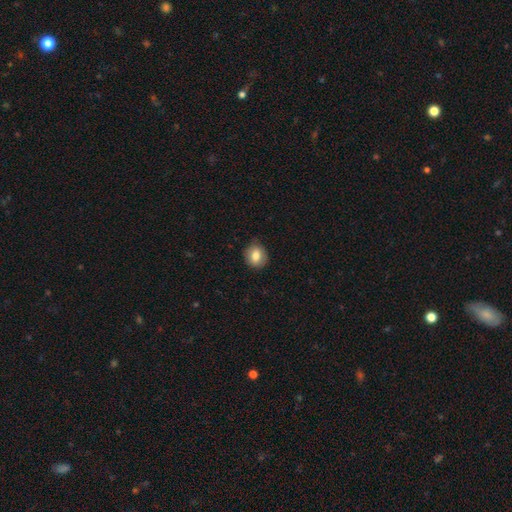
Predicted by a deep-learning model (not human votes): smooth_or_featured: smooth (p=0.80) [alt: featured or disk p=0.12]
how_rounded: round (p=0.79) [alt: in between p=0.20]
merging: none (p=0.85) [alt: minor disturbance p=0.12]